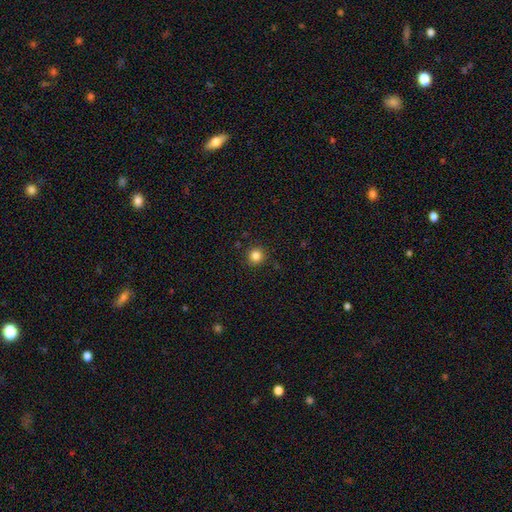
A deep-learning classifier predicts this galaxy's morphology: smooth-or-featured: smooth: 84% | star or artifact: 12% | featured or disk: 4%
  how-rounded: round: 94% | in between: 5% | cigar-shaped: 1%
  merging: none: 91% | minor disturbance: 6% | major disturbance: 2% | merger: 1%